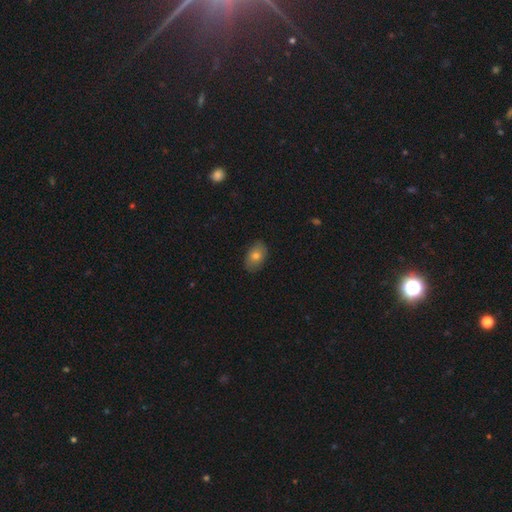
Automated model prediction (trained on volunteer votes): Smooth or featured? Predicted: smooth (p=0.76). How rounded? Predicted: in between (p=0.86). Merging? Predicted: none (p=0.84).